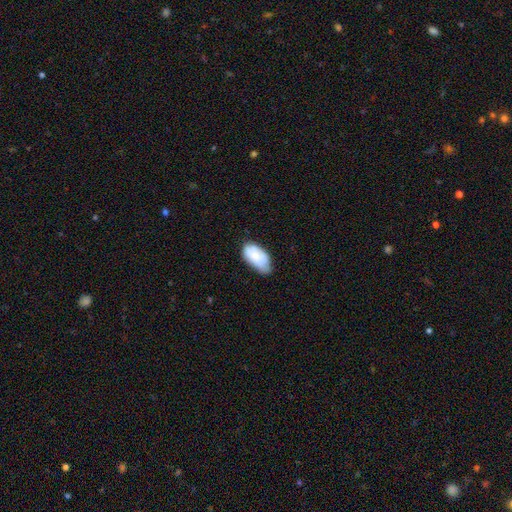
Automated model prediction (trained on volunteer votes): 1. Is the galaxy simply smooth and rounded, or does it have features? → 75% smooth, 18% featured or disk, 7% star or artifact.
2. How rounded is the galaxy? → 94% in between, 3% round, 3% cigar-shaped.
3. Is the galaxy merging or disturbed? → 45% none, 42% minor disturbance, 9% major disturbance, 3% merger.